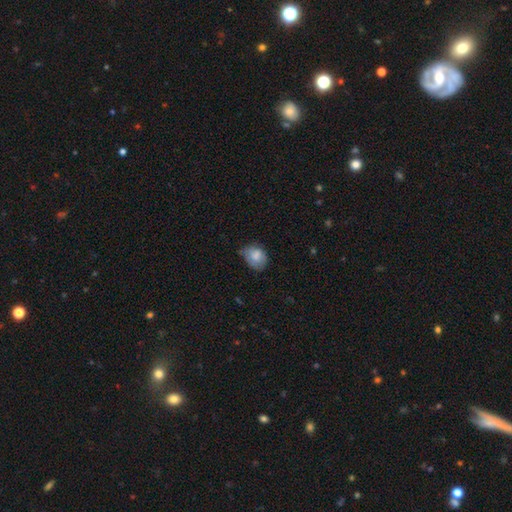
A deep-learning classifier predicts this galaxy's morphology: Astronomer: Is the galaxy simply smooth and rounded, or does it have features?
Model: smooth — 75%.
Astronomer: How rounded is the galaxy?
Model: in between — 57% (runner-up: round, 42%).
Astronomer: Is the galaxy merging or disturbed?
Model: none — 45% (runner-up: minor disturbance, 40%).